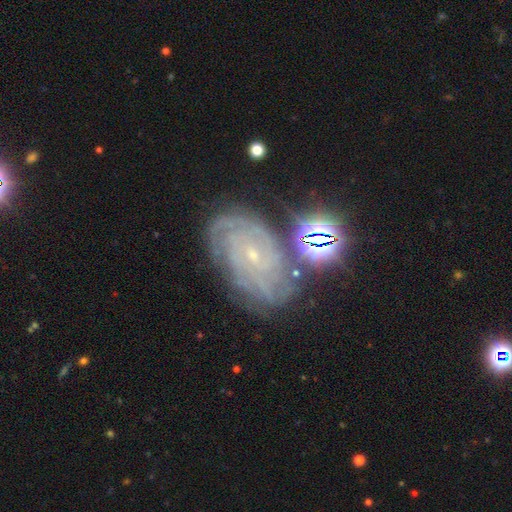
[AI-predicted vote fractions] smooth-or-featured: featured or disk: 83% | star or artifact: 10% | smooth: 6%
  disk-edge-on: no: 97% | yes: 3%
    bar: no: 70% | weak: 22% | strong: 8%
    has-spiral-arms: yes: 98% | no: 2%
      spiral-winding: tight: 80% | medium: 17% | loose: 3%
      spiral-arm-count: can't tell: 26% | 4: 20% | 3: 17% | more than 4: 15% | 2: 14% | 1: 8%
    bulge-size: small: 86% | moderate: 10% | none: 2% | large: 1% | dominant: 1%
  merging: none: 73% | minor disturbance: 16% | merger: 6% | major disturbance: 6%